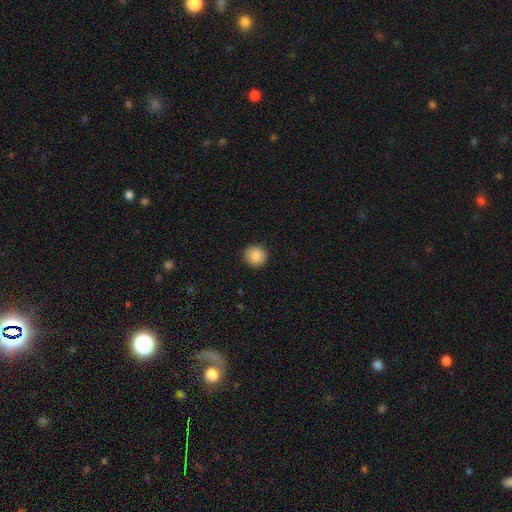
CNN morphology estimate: Smooth or featured? Predicted: smooth (p=0.88). How rounded? Predicted: round (p=0.92). Merging? Predicted: none (p=0.92).